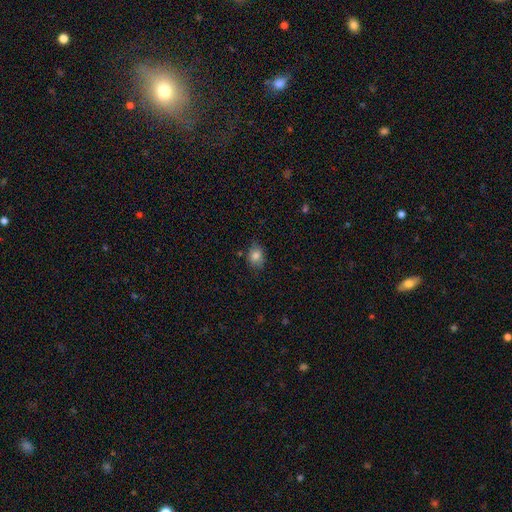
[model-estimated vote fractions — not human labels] Smooth or featured? smooth (82%)
How rounded? in between (63%)
Merging? none (76%)